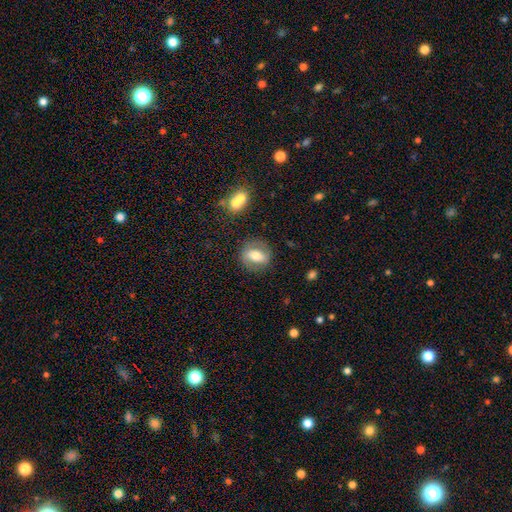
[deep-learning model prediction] Smooth or featured? smooth (50%)
Merging? none (80%)